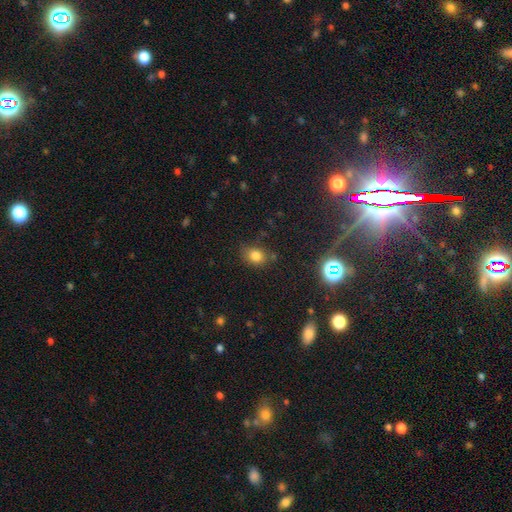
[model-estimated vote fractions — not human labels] Q: Smooth or featured?
A: smooth (78%); runner-up: star or artifact (15%)
Q: How rounded?
A: round (50%); runner-up: in between (49%)
Q: Merging?
A: none (73%); runner-up: minor disturbance (18%)